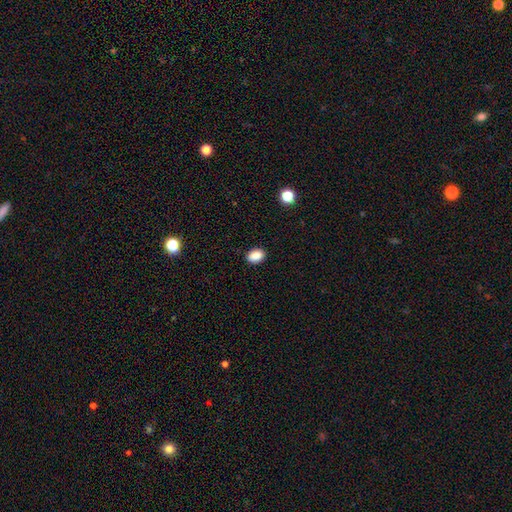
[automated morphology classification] Smooth or featured? Predicted: smooth (p=0.88). How rounded? Predicted: in between (p=0.82). Merging? Predicted: none (p=0.89).